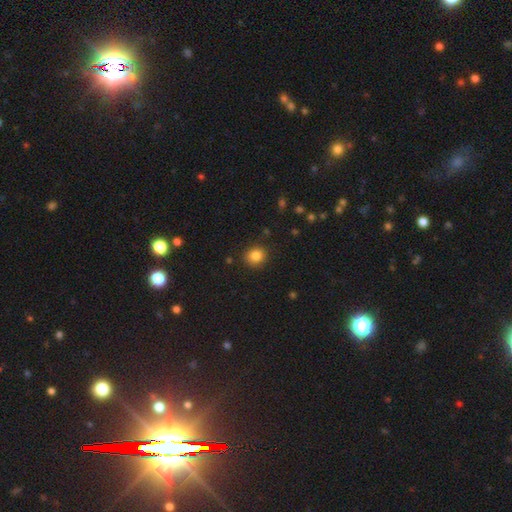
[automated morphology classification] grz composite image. It shows a smooth galaxy with no disk features (84%) that is round (83%). Merging: none (89%).